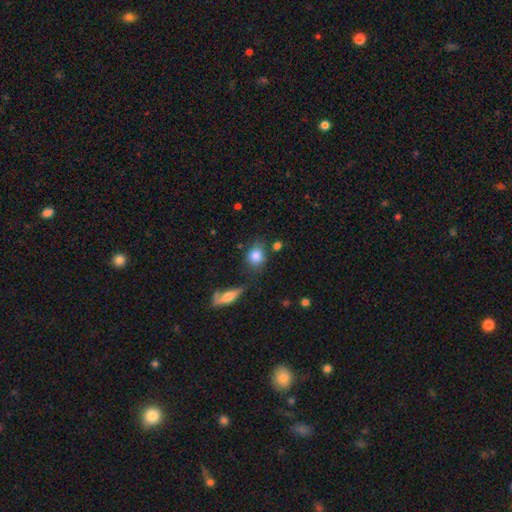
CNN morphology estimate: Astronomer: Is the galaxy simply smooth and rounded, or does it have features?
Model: smooth — 82%.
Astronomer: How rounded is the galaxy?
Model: round — 65%.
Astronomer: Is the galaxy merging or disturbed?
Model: none — 64%.